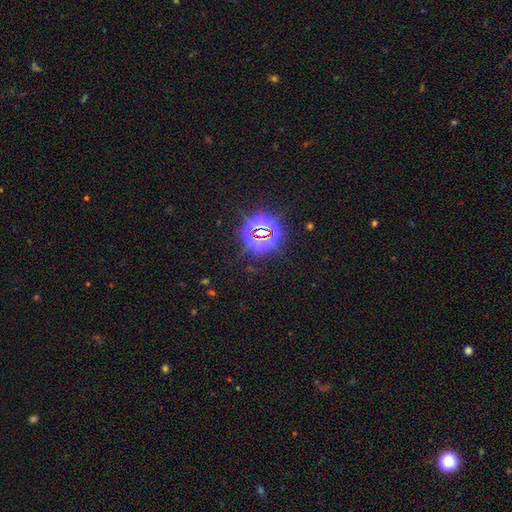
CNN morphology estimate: Smooth or featured: star or artifact — 81% (smooth — 11%)